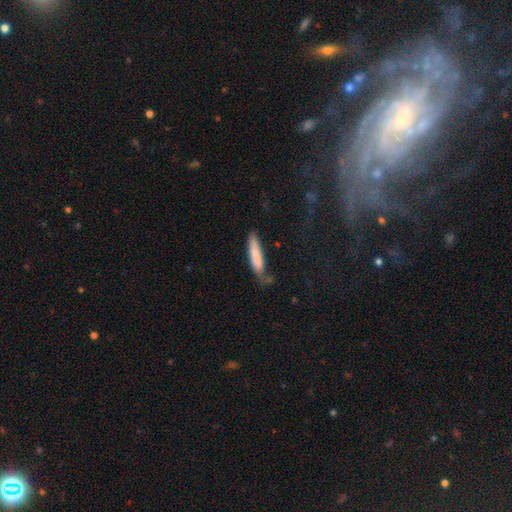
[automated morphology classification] Smooth or featured? smooth (79%)
How rounded? cigar-shaped (83%)
Merging? none (56%)